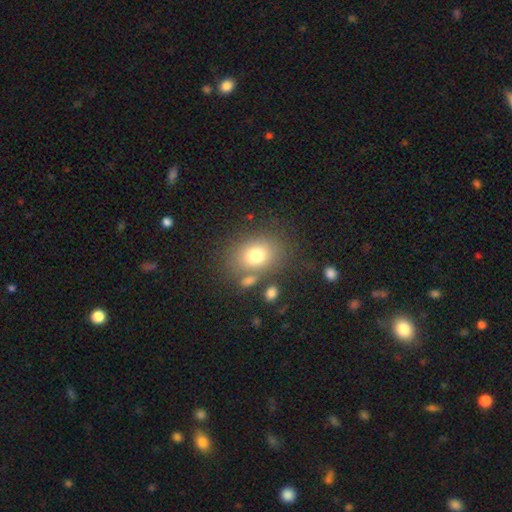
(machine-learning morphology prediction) type=smooth (76%); roundness=in between (59%); merging=none (71%).